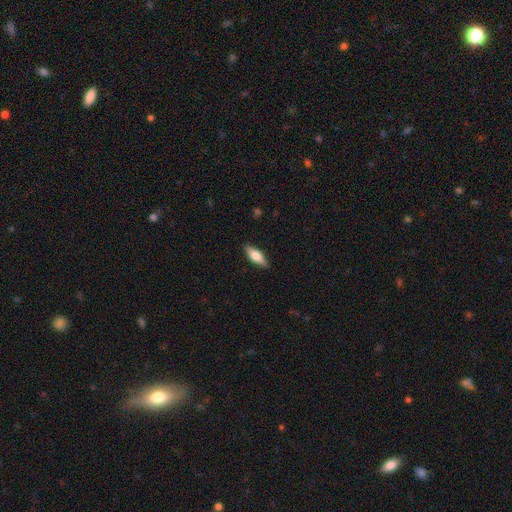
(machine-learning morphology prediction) Overall: smooth (63%; featured or disk 31%). How rounded: in between (61%; cigar-shaped 37%). Merging: none (87%).